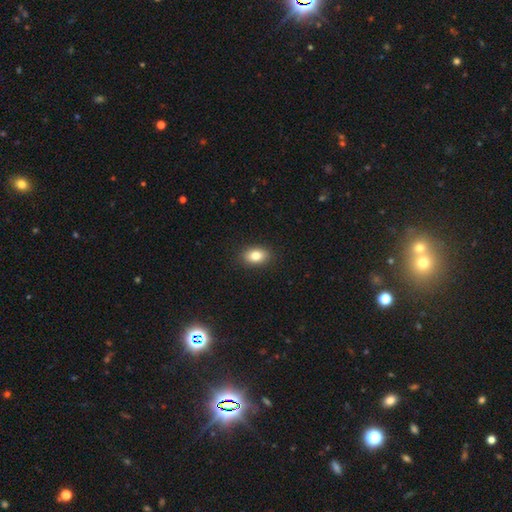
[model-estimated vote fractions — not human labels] smooth 83%, star or artifact 9%, featured or disk 8%. Down the decision tree: how rounded — in between (83%); merging — none (89%).